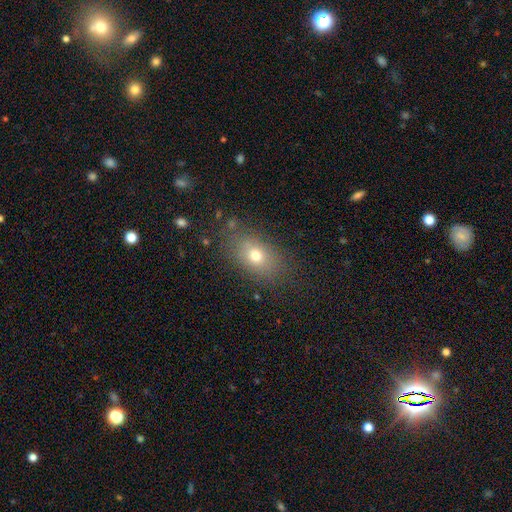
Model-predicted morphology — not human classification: smooth 72%, featured or disk 15%, star or artifact 13%. Down the decision tree: how rounded — in between (77%); merging — none (80%).